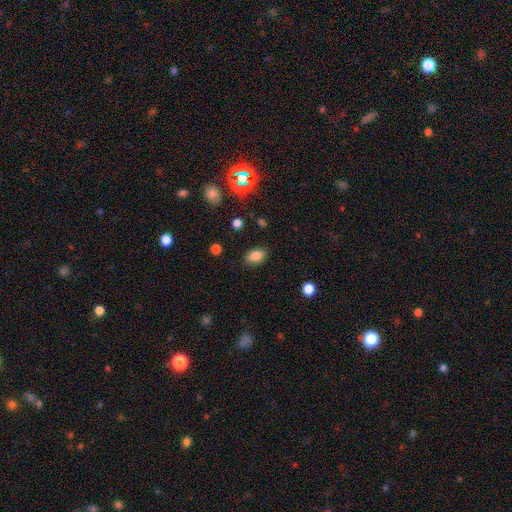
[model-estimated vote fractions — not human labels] smooth 82%, star or artifact 11%, featured or disk 7%. Down the decision tree: how rounded — in between (85%); merging — none (85%).